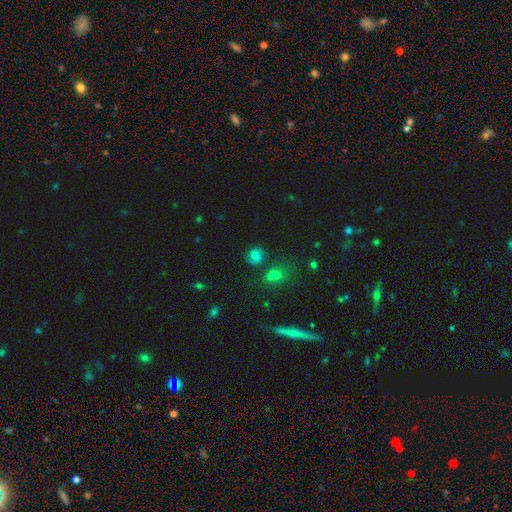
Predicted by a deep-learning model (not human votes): Overall: smooth (59%; star or artifact 22%). How rounded: round (70%). Merging: none (63%).